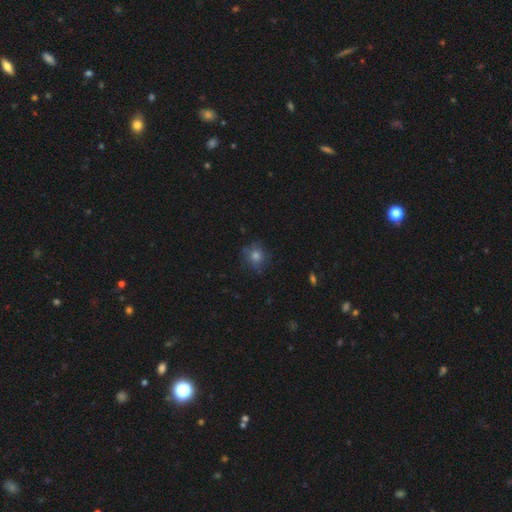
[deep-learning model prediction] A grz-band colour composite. It shows a smooth galaxy with no disk features (70%) that is round (86%). Merging: none (78%).